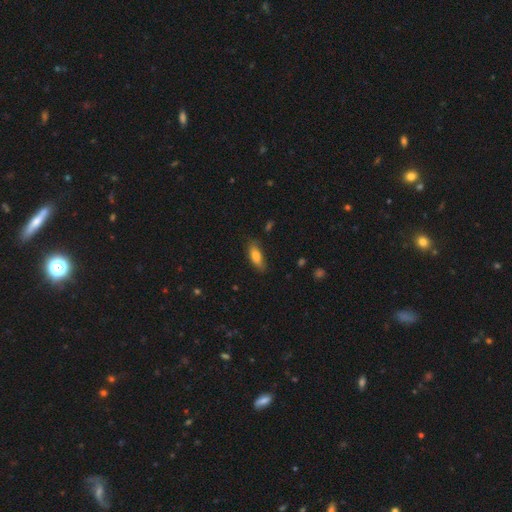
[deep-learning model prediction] Smooth or featured? Predicted: smooth (p=0.79). How rounded? Predicted: in between (p=0.72). Merging? Predicted: none (p=0.74).